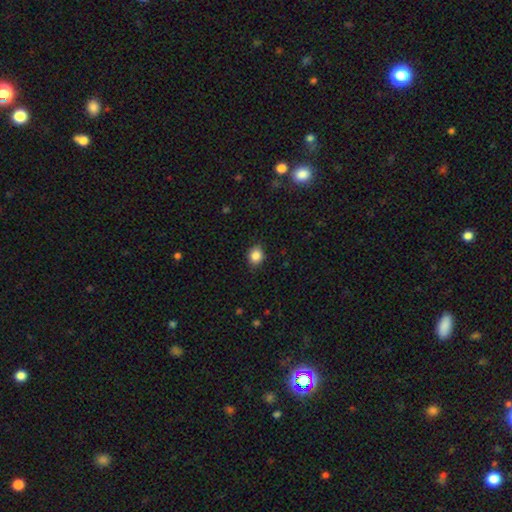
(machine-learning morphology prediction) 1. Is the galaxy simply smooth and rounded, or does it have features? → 86% smooth, 10% star or artifact, 4% featured or disk.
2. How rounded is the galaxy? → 68% round, 31% in between, 1% cigar-shaped.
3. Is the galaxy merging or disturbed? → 86% none, 11% minor disturbance, 2% major disturbance, 1% merger.